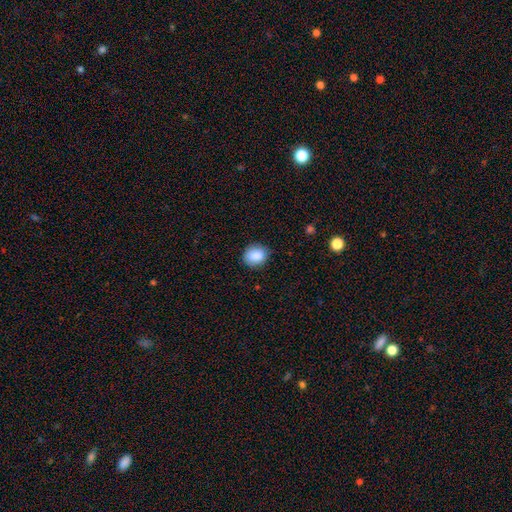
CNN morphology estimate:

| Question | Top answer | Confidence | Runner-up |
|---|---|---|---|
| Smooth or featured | smooth | 86% | star or artifact (8%) |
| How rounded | round | 71% | in between (28%) |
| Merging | none | 82% | minor disturbance (14%) |